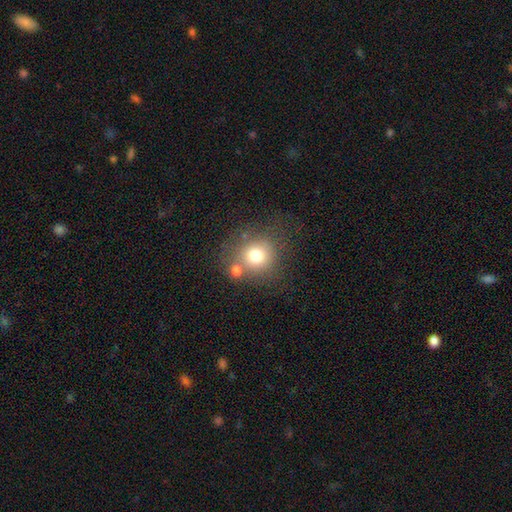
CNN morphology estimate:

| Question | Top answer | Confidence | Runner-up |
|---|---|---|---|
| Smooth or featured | smooth | 73% | featured or disk (13%) |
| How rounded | round | 86% | in between (13%) |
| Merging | none | 62% | merger (19%) |